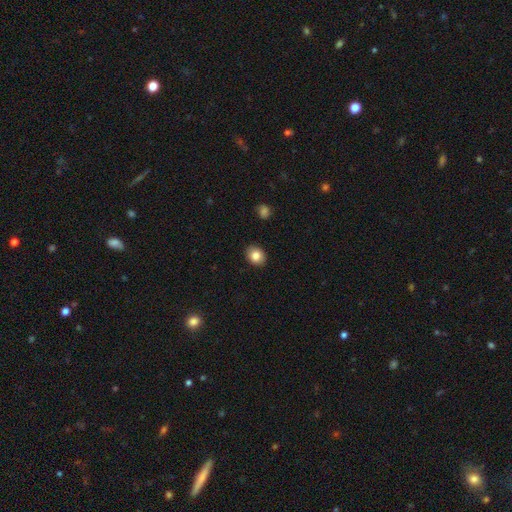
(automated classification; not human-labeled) Morphology: type=smooth (84%); roundness=round (55%); merging=none (89%).